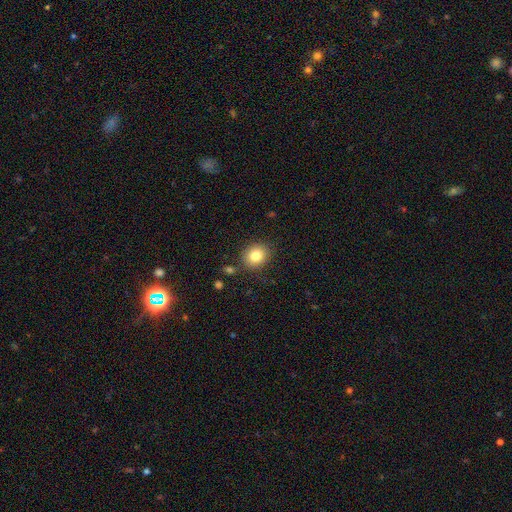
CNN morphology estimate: This is clearly a smooth galaxy (82%). How rounded: likely round (73%). Merging: clearly none (84%).